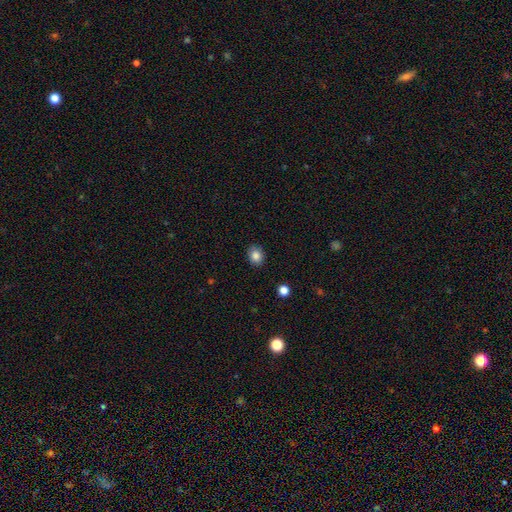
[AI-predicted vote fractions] smooth 84%, star or artifact 10%, featured or disk 6%. Down the decision tree: how rounded — round (58%); merging — none (87%).